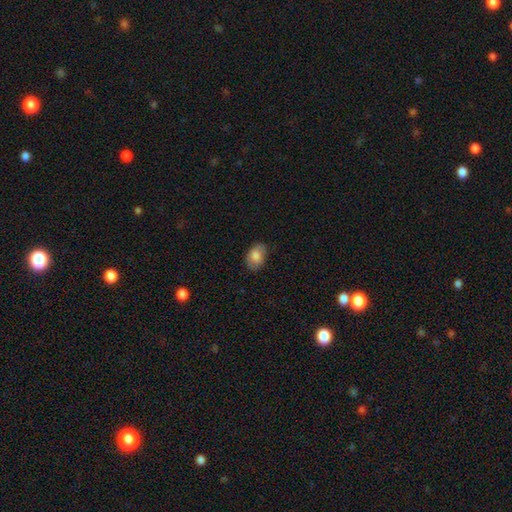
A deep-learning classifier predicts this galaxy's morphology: Smooth or featured? Predicted: smooth (p=0.83). How rounded? Predicted: in between (p=0.86). Merging? Predicted: none (p=0.79).